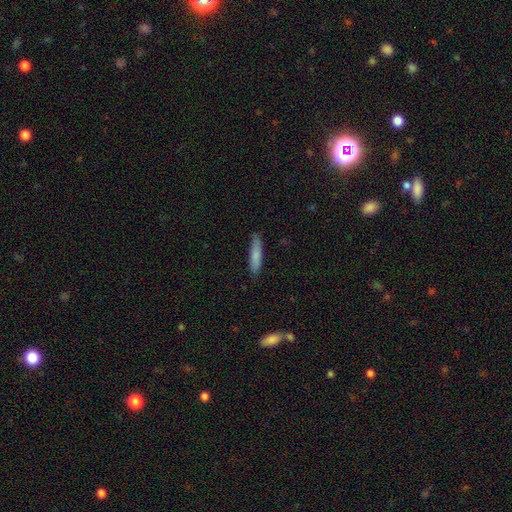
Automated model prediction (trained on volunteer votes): smooth 80%, featured or disk 14%, star or artifact 6%. Down the decision tree: how rounded — cigar-shaped (83%); merging — none (83%).